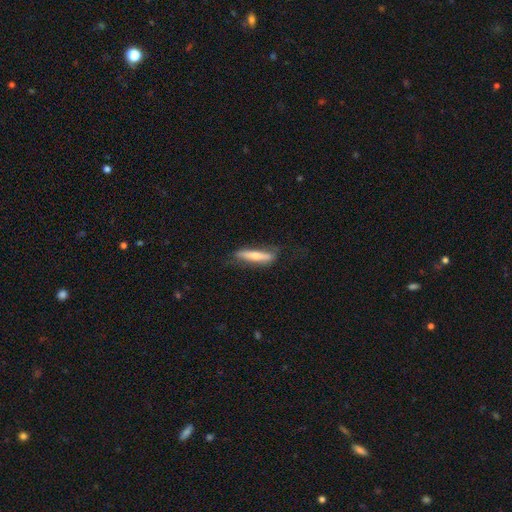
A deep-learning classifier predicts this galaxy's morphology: smooth 54%, featured or disk 41%, star or artifact 6%. Down the decision tree: how rounded — cigar-shaped (86%); merging — none (72%).